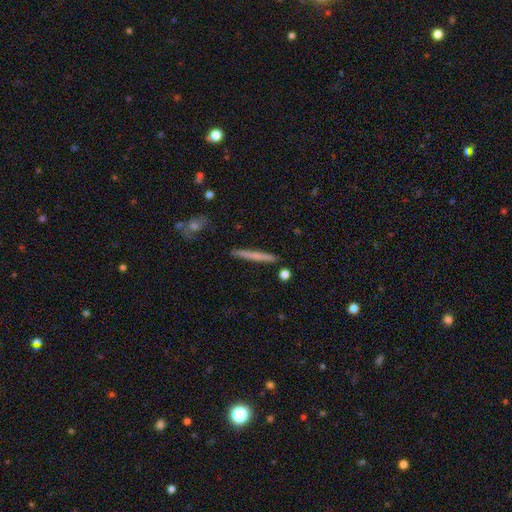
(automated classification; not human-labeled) This appears to be a smooth galaxy with no disk features (60%) that is cigar-shaped (96%). Merging: none (90%).